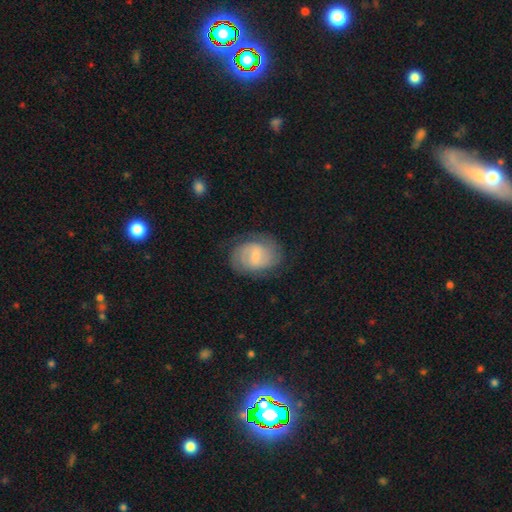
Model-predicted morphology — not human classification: Smooth or featured? featured or disk (61%)
Edge-on disk? no (97%)
Bar? weak (57%)
Spiral arms? yes (88%)
Spiral winding? tight (48%)
Spiral arm count? 2 (54%)
Bulge size? small (56%)
Merging? none (72%)